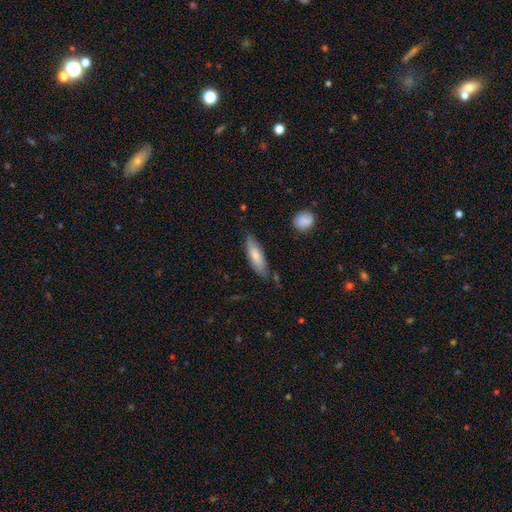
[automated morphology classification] Overall: smooth (76%). How rounded: cigar-shaped (53%; in between 45%). Merging: none (74%).